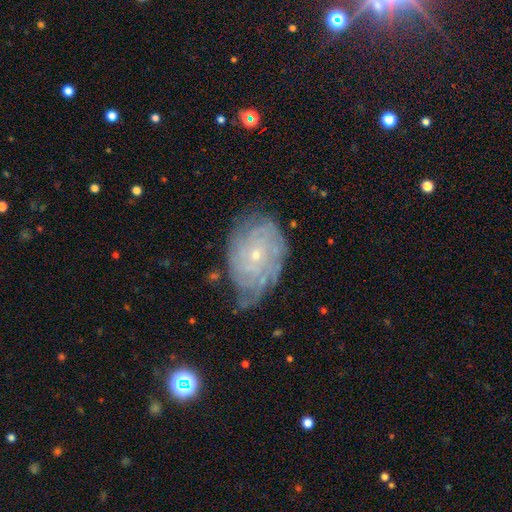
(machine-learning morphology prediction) Smooth or featured?
  - featured or disk: 81% *
  - smooth: 11%
  - star or artifact: 8%
Edge-on disk?
  - no: 96% *
  - yes: 4%
Bar?
  - no: 78% *
  - weak: 18%
  - strong: 4%
Spiral arms?
  - yes: 94% *
  - no: 6%
Spiral winding?
  - tight: 76% *
  - medium: 19%
  - loose: 5%
Spiral arm count?
  - can't tell: 42% *
  - 4: 18%
  - more than 4: 15%
  - 3: 10%
  - 2: 9%
  - 1: 6%
Bulge size?
  - small: 82% *
  - moderate: 15%
  - none: 1%
  - large: 1%
  - dominant: 1%
Merging?
  - none: 60% *
  - minor disturbance: 26%
  - major disturbance: 11%
  - merger: 2%